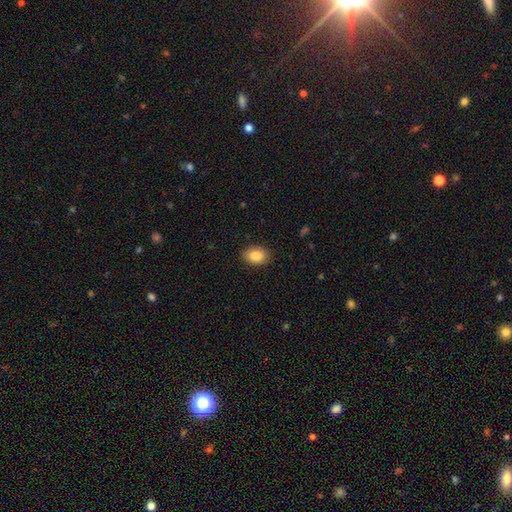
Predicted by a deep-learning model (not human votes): This appears to be a smooth galaxy with no disk features (88%) that is in between round and cigar-shaped (81%). Merging: none (88%).